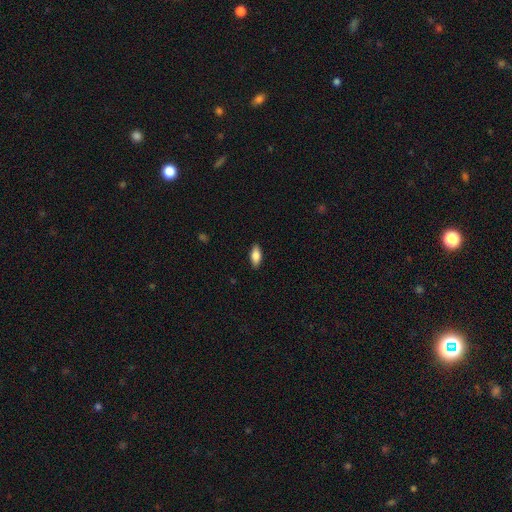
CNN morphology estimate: smooth 83%, featured or disk 11%, star or artifact 6%. Down the decision tree: how rounded — in between (84%); merging — none (88%).